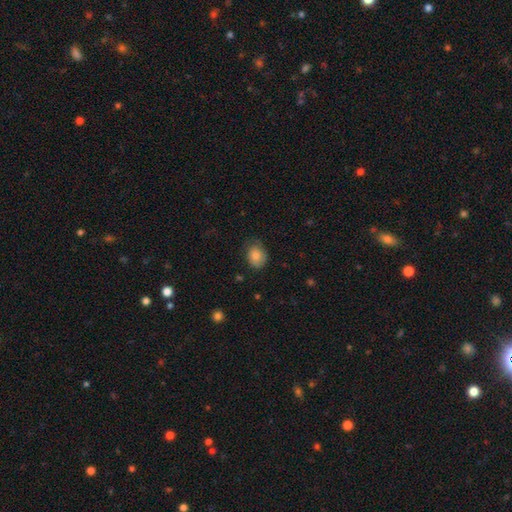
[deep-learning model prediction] Overall: smooth (81%). How rounded: in between (54%; round 45%). Merging: none (69%).